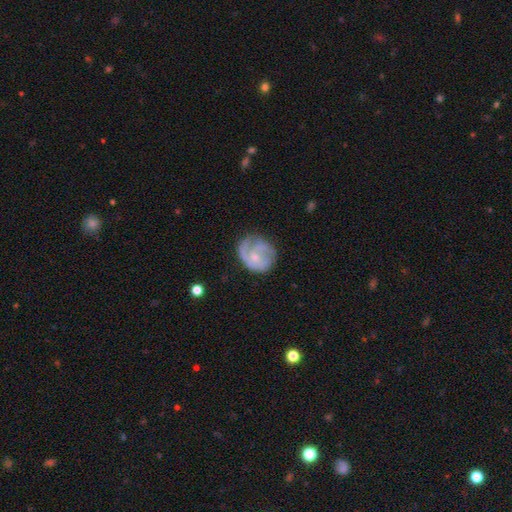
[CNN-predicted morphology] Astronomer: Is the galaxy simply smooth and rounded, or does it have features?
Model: featured or disk — 67%.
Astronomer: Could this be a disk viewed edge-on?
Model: no — 98%.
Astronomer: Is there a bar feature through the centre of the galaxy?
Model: no — 73%.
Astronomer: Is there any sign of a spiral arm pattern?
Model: yes — 83%.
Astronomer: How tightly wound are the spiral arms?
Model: tight — 42% (runner-up: medium, 39%).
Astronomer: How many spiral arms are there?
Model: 2 — 31% (runner-up: can't tell, 27%).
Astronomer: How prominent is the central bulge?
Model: small — 64%.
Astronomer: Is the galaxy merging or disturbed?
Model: none — 58%.